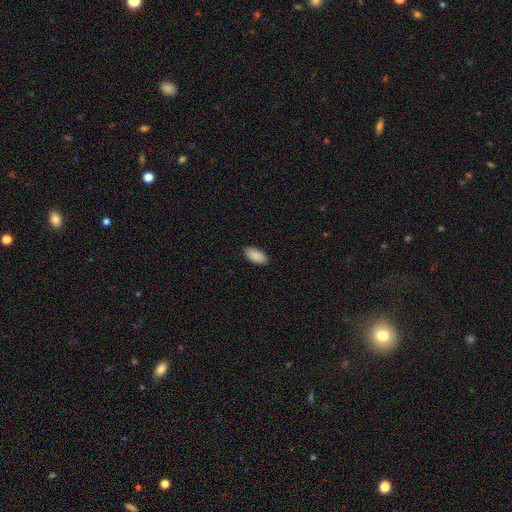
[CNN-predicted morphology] smooth_or_featured: smooth (p=0.90) [alt: star or artifact p=0.06]
how_rounded: in between (p=0.94) [alt: cigar-shaped p=0.04]
merging: none (p=0.89) [alt: minor disturbance p=0.08]